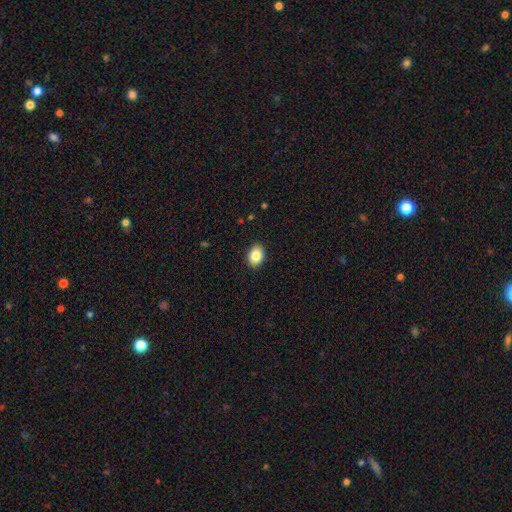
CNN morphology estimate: Q: Smooth or featured?
A: smooth (85%); runner-up: star or artifact (8%)
Q: How rounded?
A: in between (74%); runner-up: round (25%)
Q: Merging?
A: none (90%); runner-up: minor disturbance (7%)